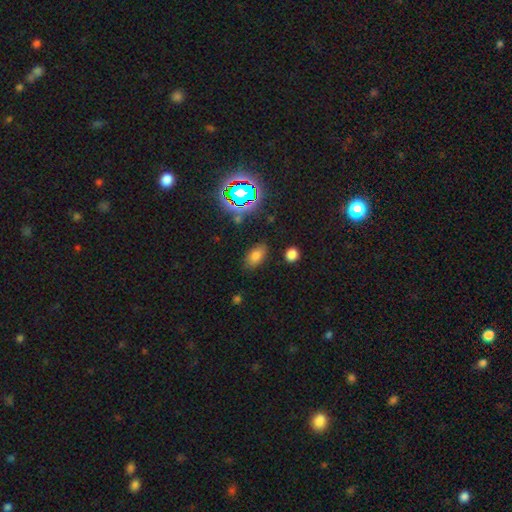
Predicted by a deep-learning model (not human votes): This is likely a smooth galaxy (72%). How rounded: clearly in between (89%). Merging: clearly none (83%).